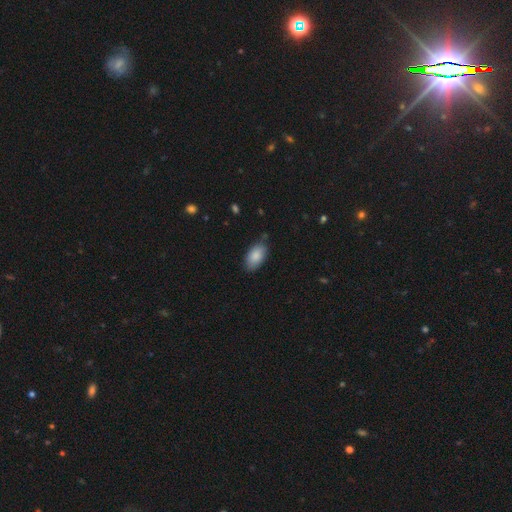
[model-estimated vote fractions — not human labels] This is clearly a smooth galaxy (87%). How rounded: clearly in between (94%). Merging: likely none (78%).